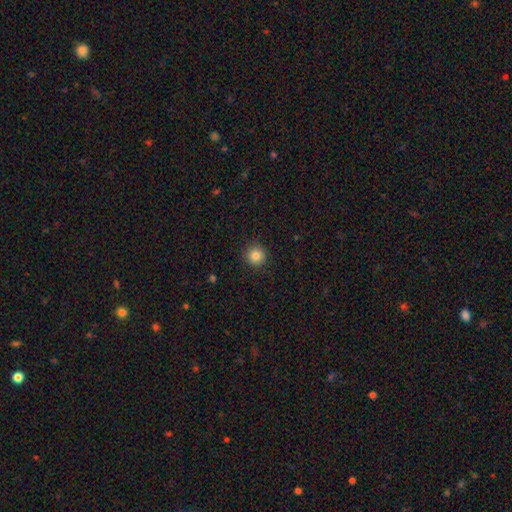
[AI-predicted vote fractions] Smooth or featured? smooth (84%)
How rounded? round (94%)
Merging? none (90%)